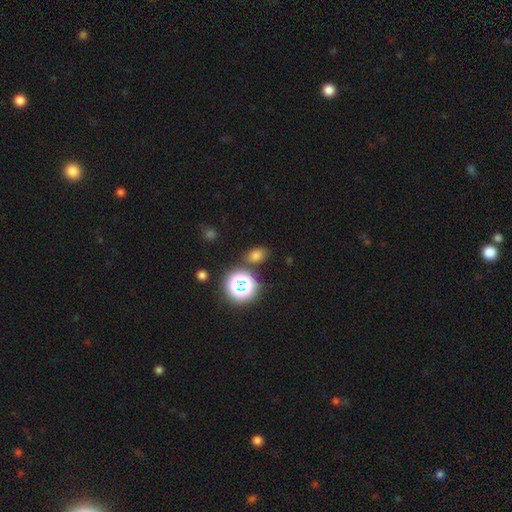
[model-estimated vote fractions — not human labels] The model was most divided on "how rounded": in between: 66%, round: 32%, cigar-shaped: 1%. More confident: merging — none (80%); smooth or featured — smooth (69%).